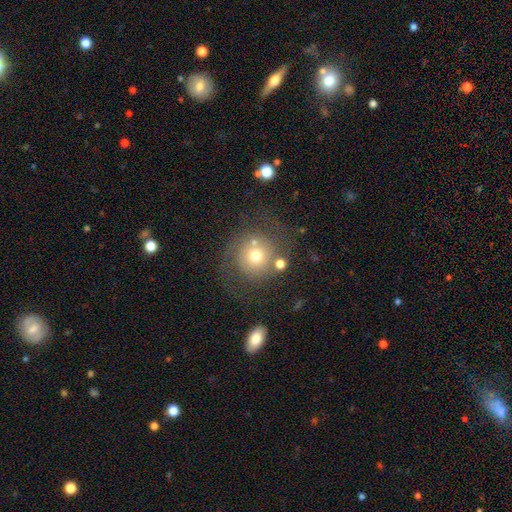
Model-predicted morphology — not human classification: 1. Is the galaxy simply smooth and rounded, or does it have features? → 49% smooth, 38% featured or disk, 13% star or artifact.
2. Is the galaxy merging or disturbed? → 62% none, 16% minor disturbance, 14% major disturbance, 8% merger.